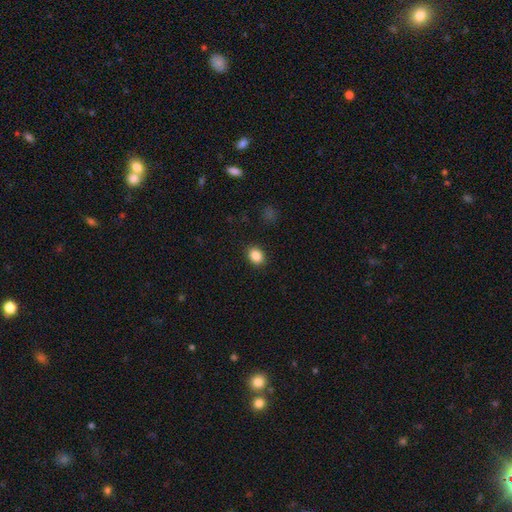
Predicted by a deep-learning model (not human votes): Smooth or featured? smooth (87%)
How rounded? in between (53%)
Merging? none (89%)